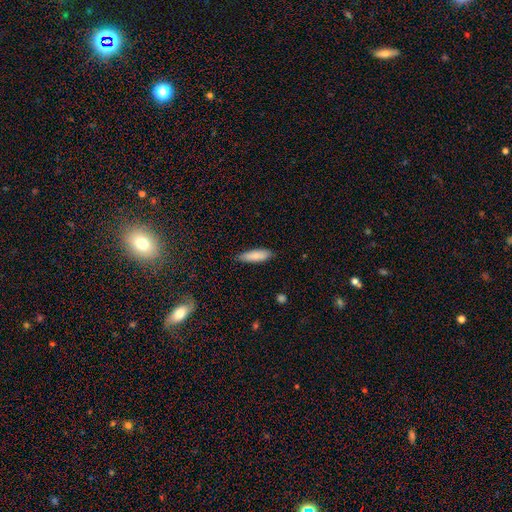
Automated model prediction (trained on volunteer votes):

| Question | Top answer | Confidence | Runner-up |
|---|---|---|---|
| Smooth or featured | smooth | 86% | featured or disk (8%) |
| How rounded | cigar-shaped | 54% | in between (44%) |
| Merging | none | 86% | minor disturbance (11%) |